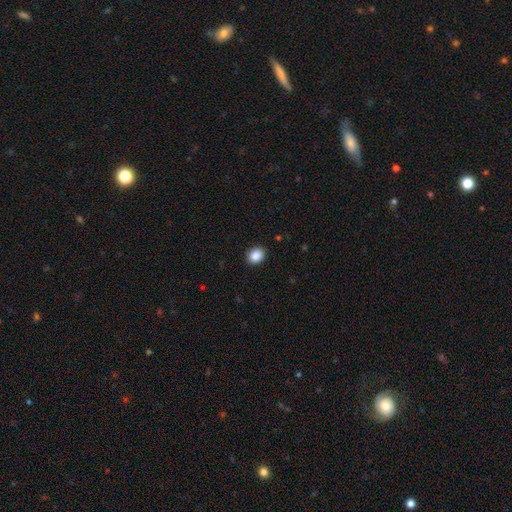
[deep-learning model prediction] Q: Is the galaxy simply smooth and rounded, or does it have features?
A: smooth — 88%.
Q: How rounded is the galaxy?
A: round — 62%.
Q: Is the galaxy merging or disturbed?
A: none — 91%.